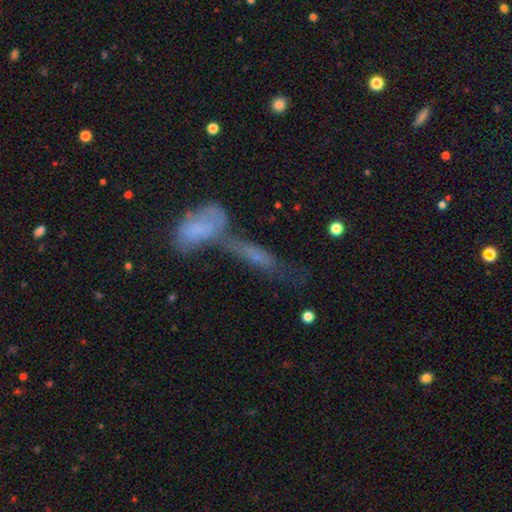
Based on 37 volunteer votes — Smooth or featured? 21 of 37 (57%) said smooth. How rounded? 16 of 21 (76%) said cigar-shaped. Merging? 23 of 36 (64%) said merger.